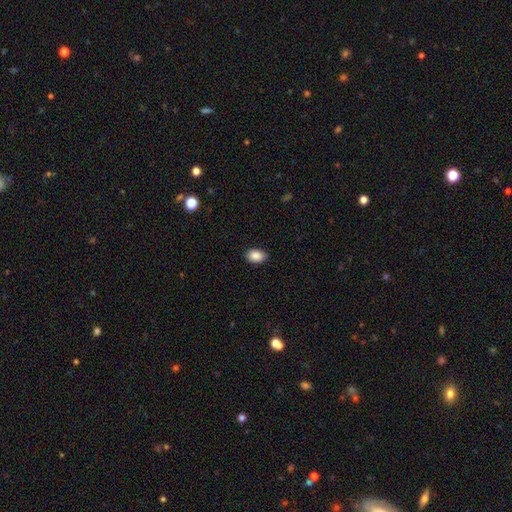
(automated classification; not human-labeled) This is clearly a smooth galaxy (89%). How rounded: clearly in between (83%). Merging: clearly none (87%).